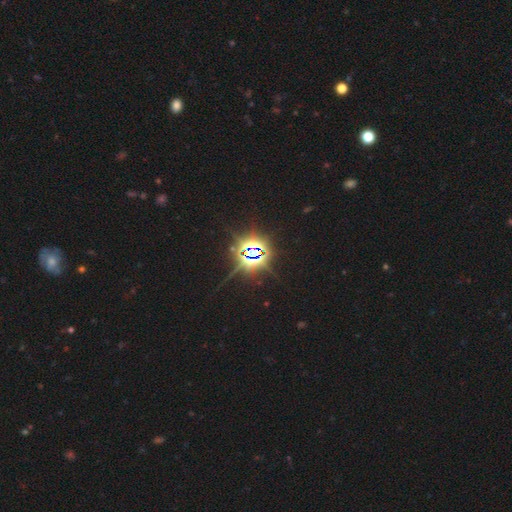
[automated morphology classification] Smooth or featured?
  - star or artifact: 85% *
  - smooth: 8%
  - featured or disk: 7%